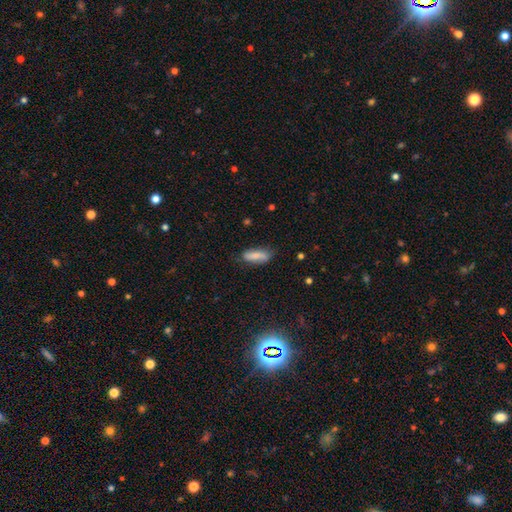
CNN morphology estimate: A smooth galaxy with no disk features (78%) that is in between round and cigar-shaped (59%).

Vote fractions:
- Smooth or featured? smooth: 78% / featured or disk: 15% / star or artifact: 7%
- How rounded? in between: 59% / cigar-shaped: 39% / round: 2%
- Merging? none: 71% / minor disturbance: 22% / major disturbance: 5% / merger: 2%